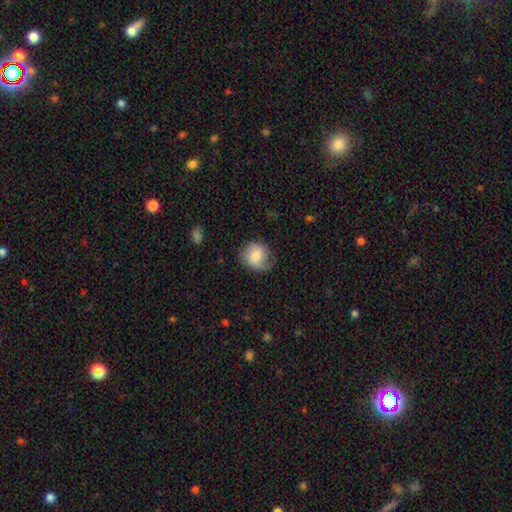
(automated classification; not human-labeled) This appears to be a smooth galaxy with no disk features (75%) that is round (80%). Merging: none (63%).